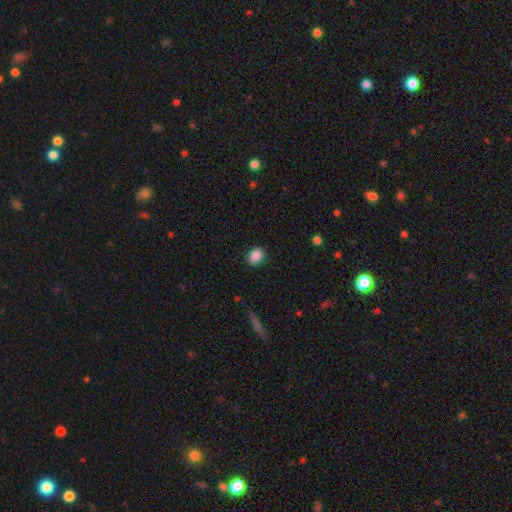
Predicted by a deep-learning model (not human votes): A smooth galaxy with no disk features (88%) that is in between round and cigar-shaped (55%). Merging: none (89%).